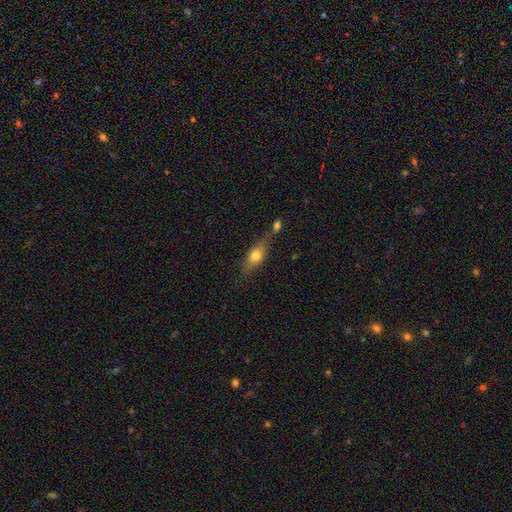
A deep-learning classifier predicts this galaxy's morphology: Overall: smooth (66%). How rounded: in between (69%). Merging: none (54%; merger 21%).